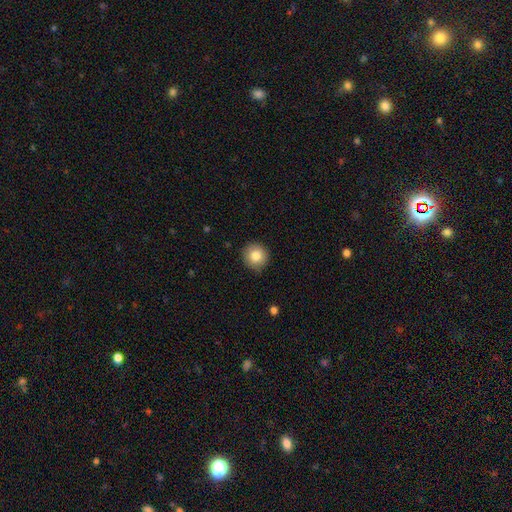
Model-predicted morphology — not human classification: This is clearly a smooth galaxy (83%). How rounded: clearly round (93%). Merging: clearly none (87%).